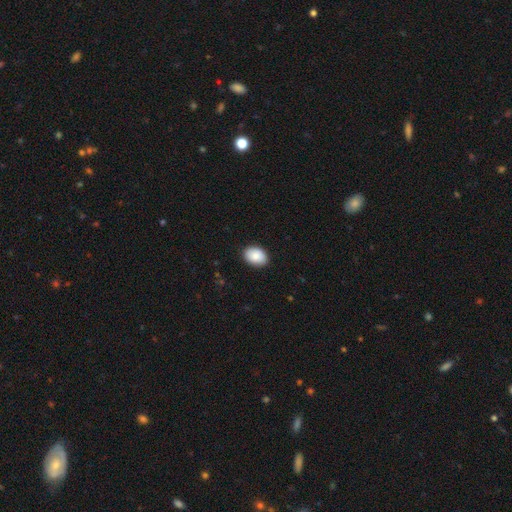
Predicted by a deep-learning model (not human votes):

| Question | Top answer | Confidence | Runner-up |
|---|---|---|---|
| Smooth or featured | smooth | 88% | star or artifact (7%) |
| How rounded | in between | 82% | round (17%) |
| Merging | none | 89% | minor disturbance (8%) |